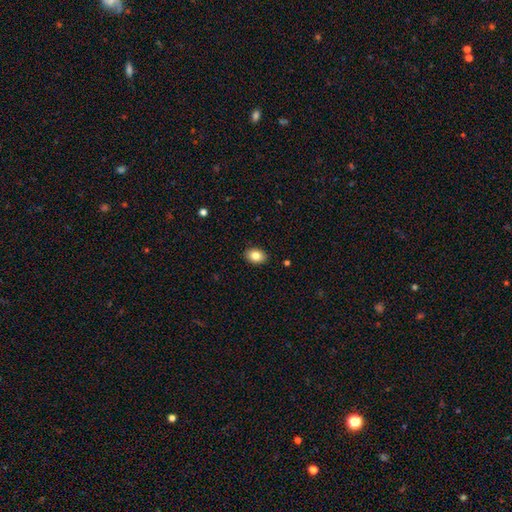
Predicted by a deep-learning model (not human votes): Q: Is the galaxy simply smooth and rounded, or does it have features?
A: smooth — 84%.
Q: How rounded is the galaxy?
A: in between — 76%.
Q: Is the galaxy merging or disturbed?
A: none — 89%.